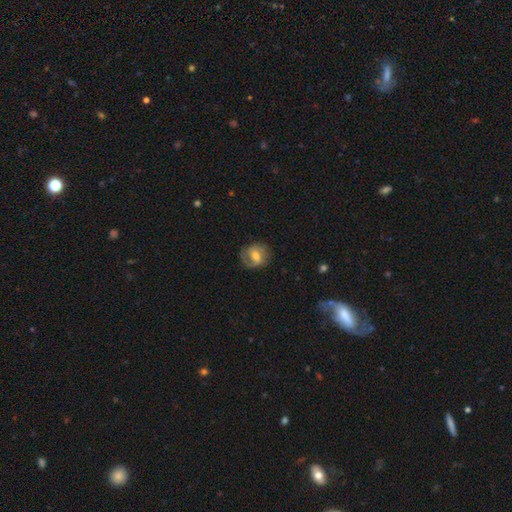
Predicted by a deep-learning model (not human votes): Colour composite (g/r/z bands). It shows a featured or disk galaxy (57%) with a weak bar (47%), spiral arms (77%) and a moderate central bulge (60%). Merging: none (70%).